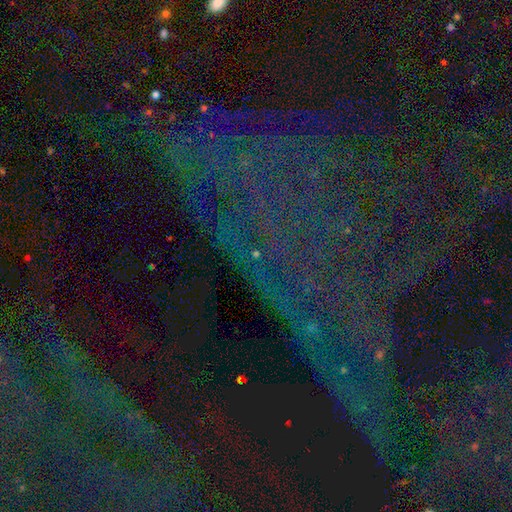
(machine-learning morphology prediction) This appears to be a star or artifact, not a galaxy (80%).